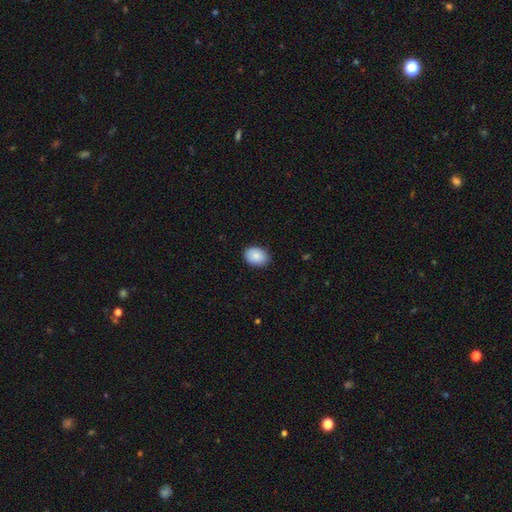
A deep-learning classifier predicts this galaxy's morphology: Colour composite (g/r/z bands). It shows a smooth galaxy with no disk features (88%) that is in between round and cigar-shaped (69%). Merging: none (86%).